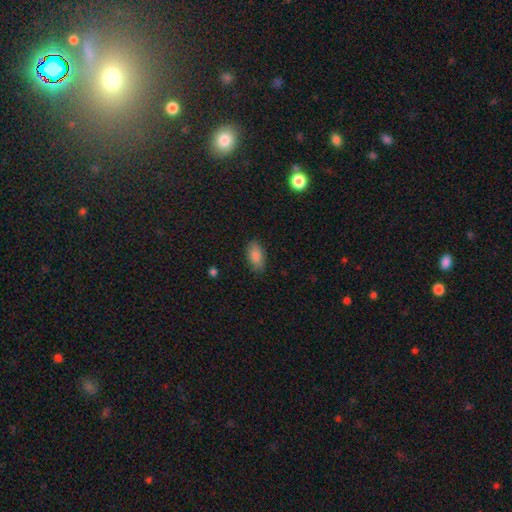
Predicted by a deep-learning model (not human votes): Morphology: type=smooth (86%); roundness=in between (91%); merging=none (85%).